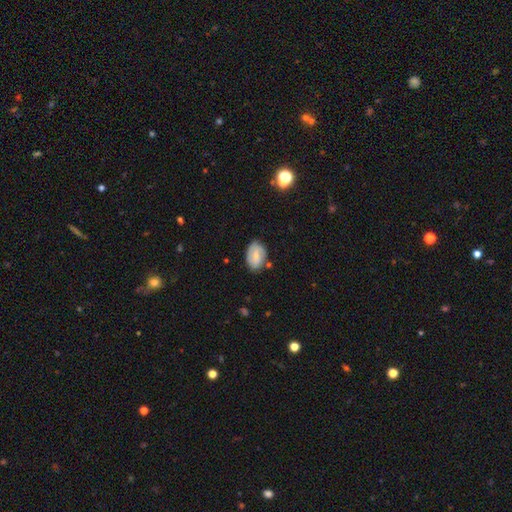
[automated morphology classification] smooth_or_featured: featured or disk (p=0.49) [alt: smooth p=0.44]
merging: none (p=0.72) [alt: minor disturbance p=0.20]